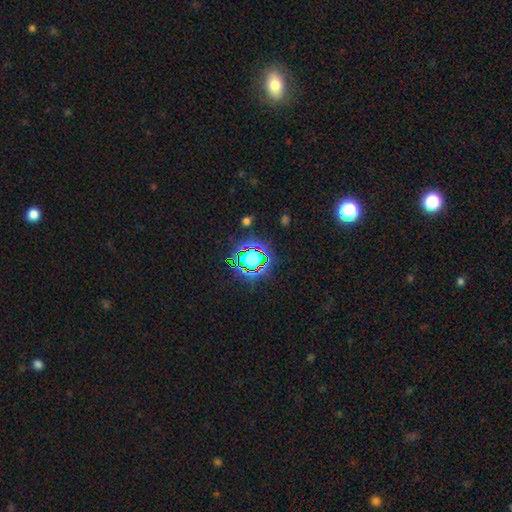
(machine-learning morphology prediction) A star or artifact, not a galaxy (77%).